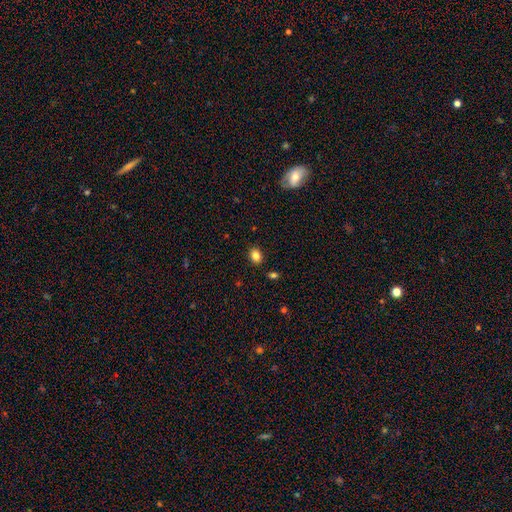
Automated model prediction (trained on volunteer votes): This appears to be a smooth galaxy with no disk features (84%) that is in between round and cigar-shaped (59%). Merging: none (87%).